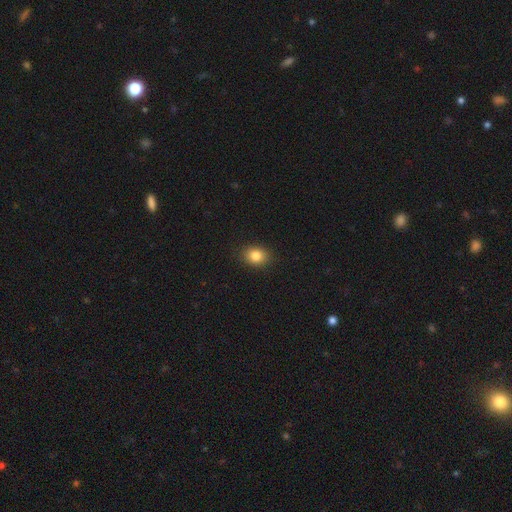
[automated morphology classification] Q: Smooth or featured?
A: smooth (84%); runner-up: star or artifact (10%)
Q: How rounded?
A: in between (55%); runner-up: round (44%)
Q: Merging?
A: none (88%); runner-up: minor disturbance (8%)